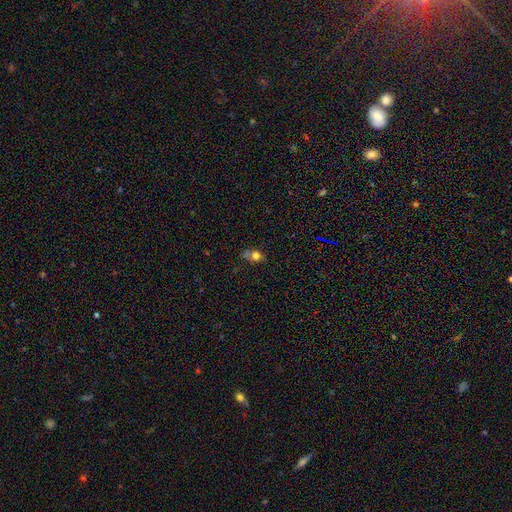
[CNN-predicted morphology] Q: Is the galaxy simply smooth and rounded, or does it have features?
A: smooth — 73%.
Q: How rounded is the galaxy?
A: round — 58%.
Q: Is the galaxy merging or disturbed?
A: none — 46%.